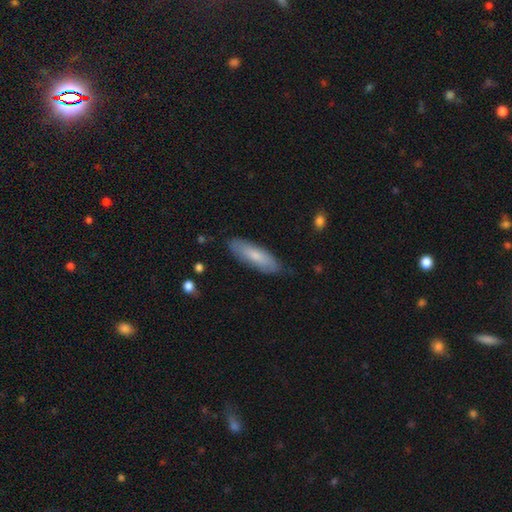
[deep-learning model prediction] Smooth or featured? Predicted: smooth (p=0.72). How rounded? Predicted: in between (p=0.52). Merging? Predicted: none (p=0.81).